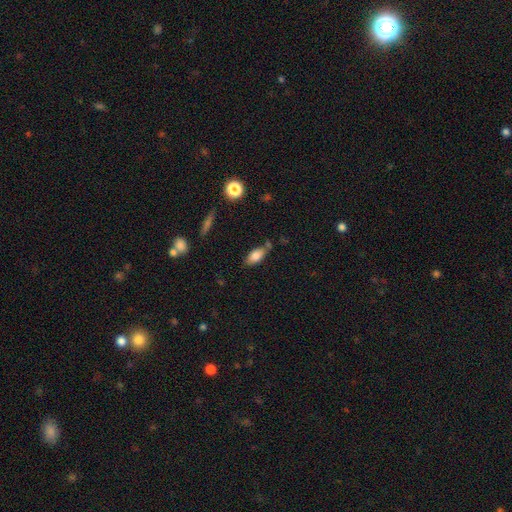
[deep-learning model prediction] This appears to be a smooth galaxy with no disk features (79%) that is in between round and cigar-shaped (87%). Merging: none (68%).